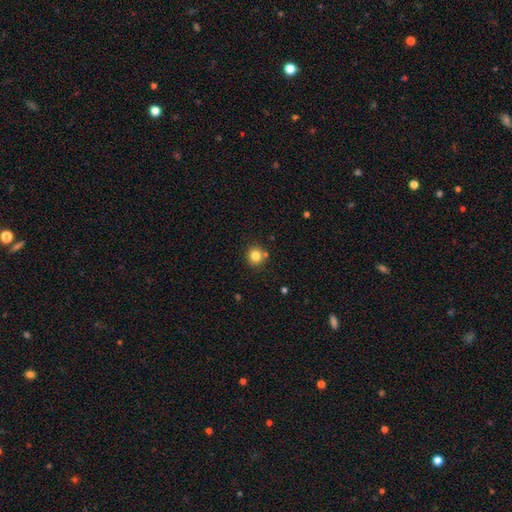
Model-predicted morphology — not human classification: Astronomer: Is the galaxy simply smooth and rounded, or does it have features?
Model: smooth — 82%.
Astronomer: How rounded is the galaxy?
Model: round — 90%.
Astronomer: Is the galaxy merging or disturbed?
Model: none — 81%.